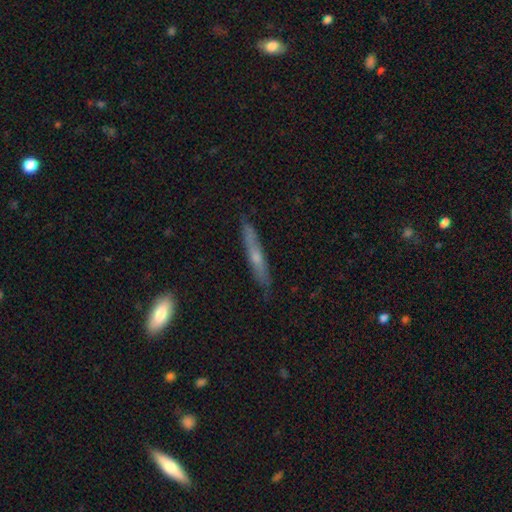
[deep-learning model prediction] Smooth or featured? featured or disk (55%)
Edge-on disk? yes (91%)
Edge-on bulge? rounded (67%)
Merging? none (85%)